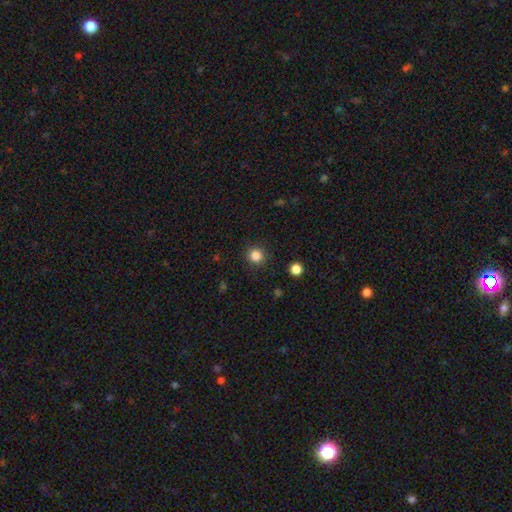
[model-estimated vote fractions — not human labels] A smooth galaxy with no disk features (84%) that is round (93%). Merging: none (90%).